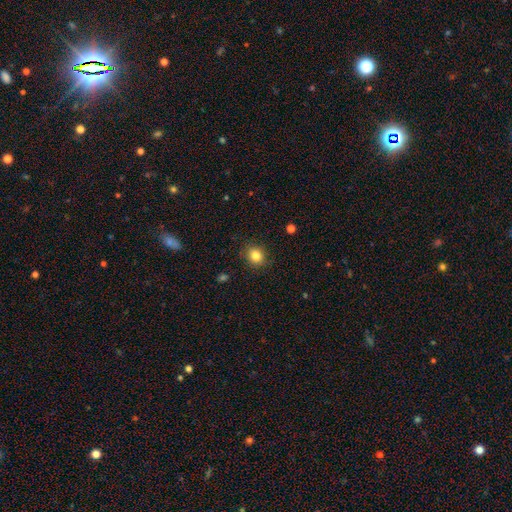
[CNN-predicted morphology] Overall: smooth (83%). How rounded: round (72%). Merging: none (88%).